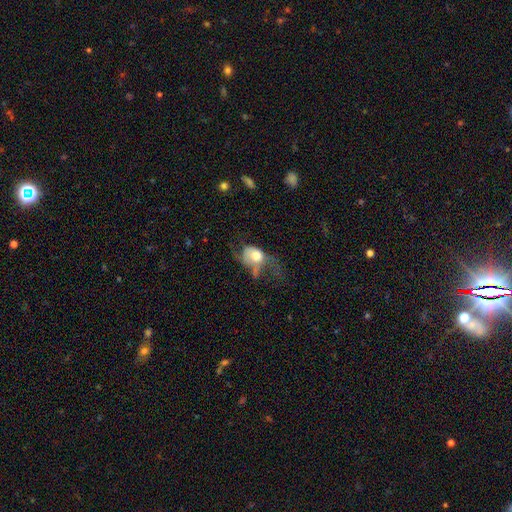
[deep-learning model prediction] A smooth galaxy with no disk features (52%) that is in between round and cigar-shaped (57%). Merging: major disturbance (59%).